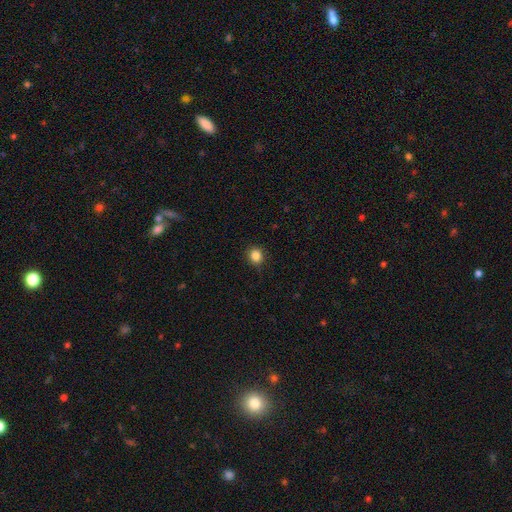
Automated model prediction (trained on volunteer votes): smooth-or-featured: smooth: 86% | star or artifact: 11% | featured or disk: 4%
  how-rounded: round: 78% | in between: 21% | cigar-shaped: 1%
  merging: none: 87% | minor disturbance: 10% | major disturbance: 2% | merger: 1%